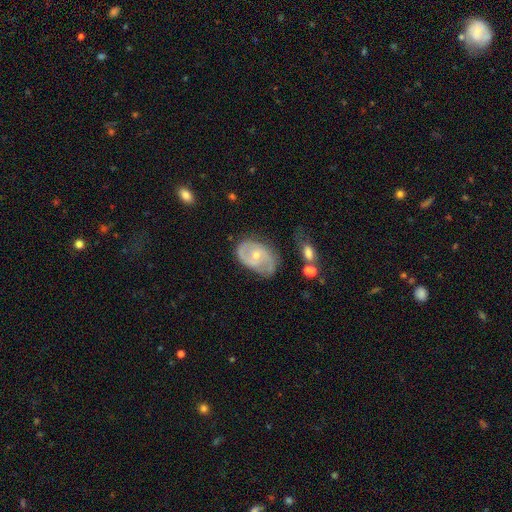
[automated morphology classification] The model was most divided on "bar": no: 54%, weak: 38%, strong: 8%. Remaining: edge-on disk — no (97%); spiral arms — yes (89%); smooth or featured — featured or disk (77%); spiral arm count — 2 (77%); bulge size — small (61%); merging — none (56%); spiral winding — medium (47%).